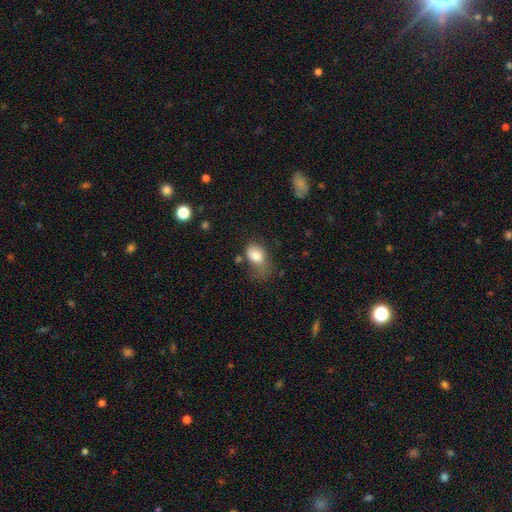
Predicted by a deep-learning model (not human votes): Smooth or featured? smooth (79%)
How rounded? in between (77%)
Merging? major disturbance (35%)